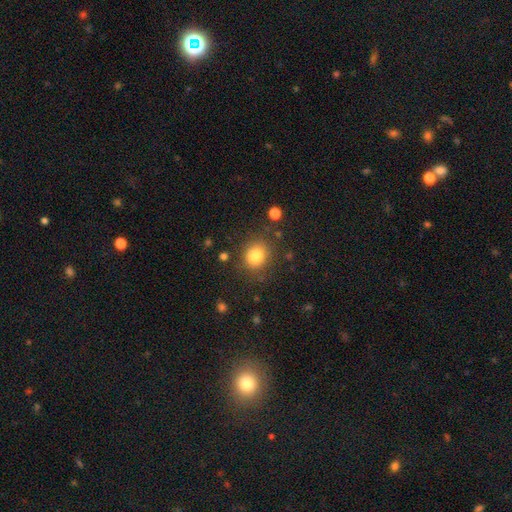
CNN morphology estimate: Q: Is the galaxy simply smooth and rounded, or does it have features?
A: smooth — 83%.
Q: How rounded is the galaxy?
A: round — 73%.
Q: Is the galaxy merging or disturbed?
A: none — 79%.